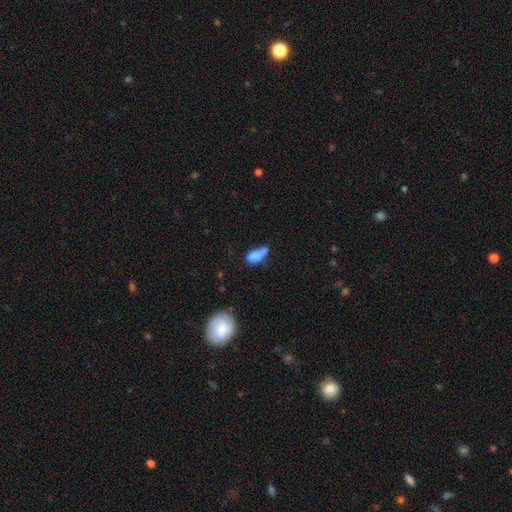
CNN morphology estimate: smooth-or-featured: smooth: 73% | featured or disk: 17% | star or artifact: 11%
  how-rounded: in between: 81% | round: 11% | cigar-shaped: 7%
  merging: merger: 46% | none: 24% | minor disturbance: 18% | major disturbance: 12%